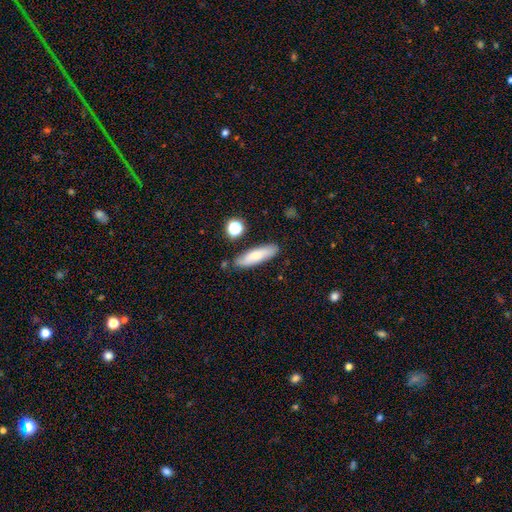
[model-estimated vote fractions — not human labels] Smooth or featured? Predicted: smooth (p=0.72). How rounded? Predicted: cigar-shaped (p=0.60). Merging? Predicted: none (p=0.80).